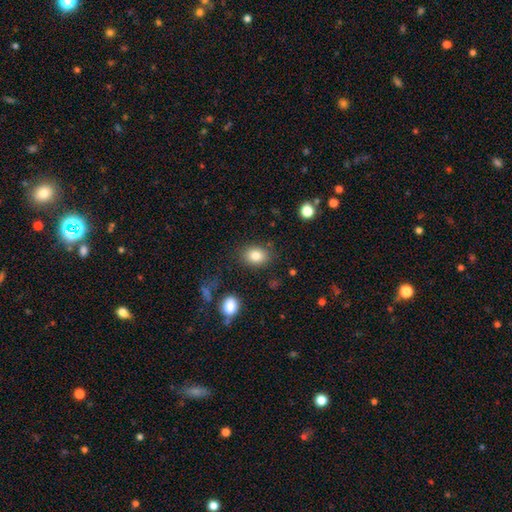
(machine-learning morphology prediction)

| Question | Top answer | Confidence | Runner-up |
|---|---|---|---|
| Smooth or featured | smooth | 83% | star or artifact (10%) |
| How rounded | in between | 61% | round (38%) |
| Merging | none | 83% | minor disturbance (11%) |